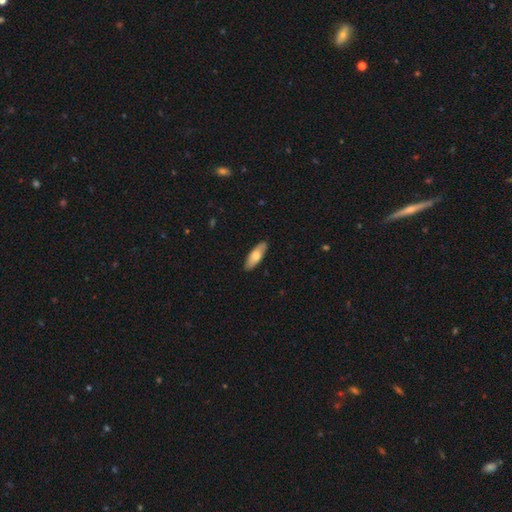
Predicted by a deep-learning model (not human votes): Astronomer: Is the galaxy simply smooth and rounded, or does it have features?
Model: smooth — 68%.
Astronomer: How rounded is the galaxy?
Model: in between — 65%.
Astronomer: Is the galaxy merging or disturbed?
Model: none — 88%.